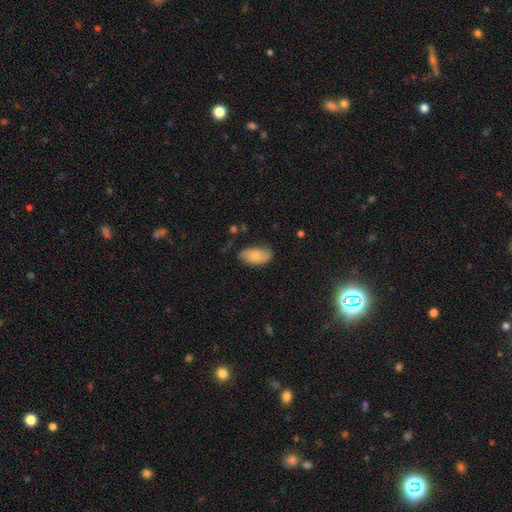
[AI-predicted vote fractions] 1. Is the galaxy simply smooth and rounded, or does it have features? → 73% smooth, 20% featured or disk, 7% star or artifact.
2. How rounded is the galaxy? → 94% in between, 3% round, 3% cigar-shaped.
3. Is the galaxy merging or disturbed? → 69% none, 24% minor disturbance, 6% major disturbance, 2% merger.